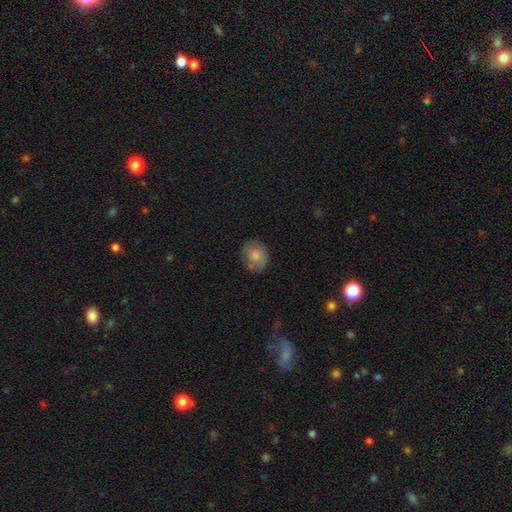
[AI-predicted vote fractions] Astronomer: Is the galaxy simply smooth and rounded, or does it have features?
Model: smooth — 76%.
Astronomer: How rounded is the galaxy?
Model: round — 63%.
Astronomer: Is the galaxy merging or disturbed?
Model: none — 72%.